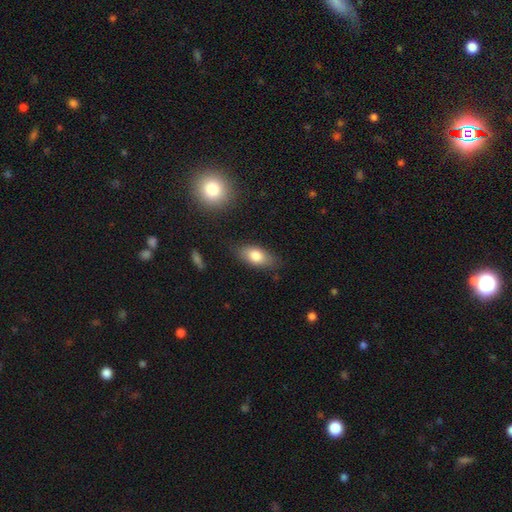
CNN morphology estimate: Smooth or featured?
  - smooth: 79% *
  - featured or disk: 13%
  - star or artifact: 7%
How rounded?
  - in between: 87% *
  - cigar-shaped: 8%
  - round: 5%
Merging?
  - none: 79% *
  - minor disturbance: 15%
  - major disturbance: 4%
  - merger: 2%